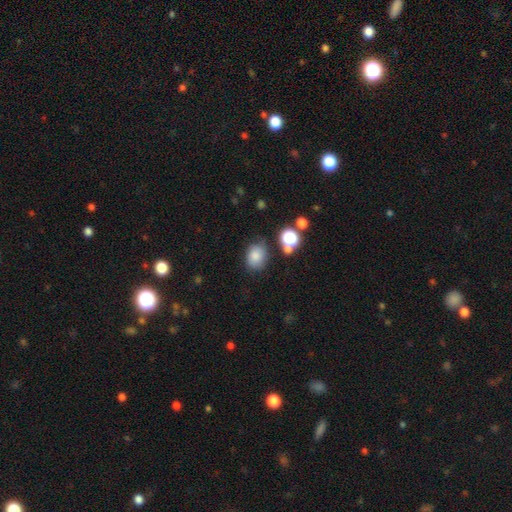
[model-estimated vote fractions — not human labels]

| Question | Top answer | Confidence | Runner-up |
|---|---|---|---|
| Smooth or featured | smooth | 80% | star or artifact (12%) |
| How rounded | in between | 58% | round (41%) |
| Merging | none | 68% | minor disturbance (20%) |